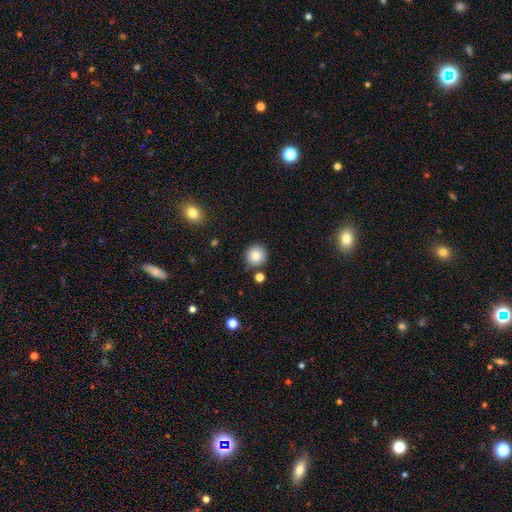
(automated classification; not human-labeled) smooth 83%, star or artifact 10%, featured or disk 7%. Down the decision tree: how rounded — round (94%); merging — none (86%).